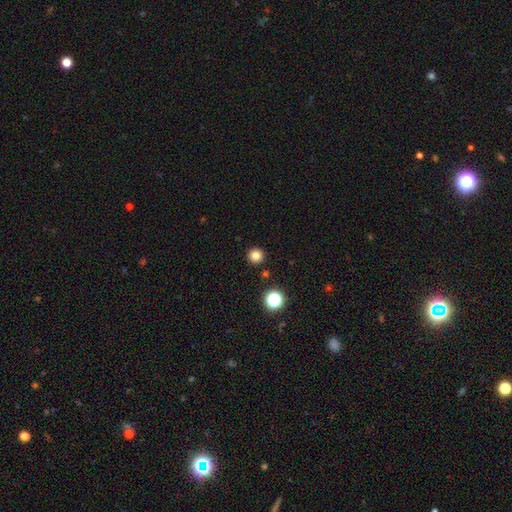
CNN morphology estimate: Smooth or featured: smooth — 82% (star or artifact — 14%)
How rounded: round — 95% (in between — 4%)
Merging: none — 91% (minor disturbance — 5%)